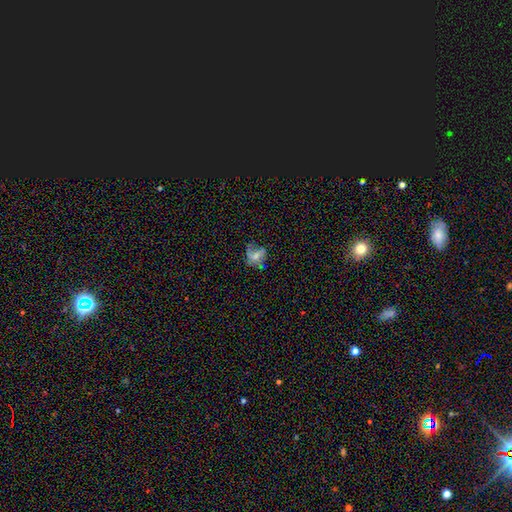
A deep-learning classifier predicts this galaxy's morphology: Smooth or featured?
  - smooth: 46% *
  - featured or disk: 35%
  - star or artifact: 19%
Merging?
  - none: 49% *
  - major disturbance: 24%
  - minor disturbance: 23%
  - merger: 4%